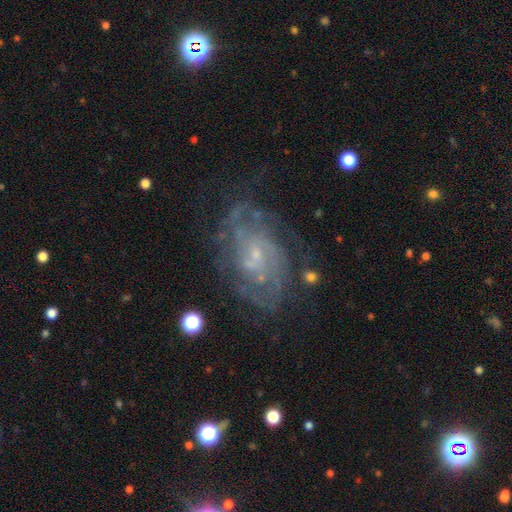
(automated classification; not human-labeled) A featured or disk galaxy (84%) with no bar (52%), tight (53%) spiral arms (92%) and a small central bulge (76%).

Vote fractions:
- Smooth or featured? featured or disk: 84% / smooth: 8% / star or artifact: 8%
- Edge-on disk? no: 97% / yes: 3%
- Bar? no: 52% / weak: 40% / strong: 8%
- Spiral arms? yes: 92% / no: 8%
- Spiral winding? tight: 53% / medium: 37% / loose: 10%
- Spiral arm count? can't tell: 36% / 2: 26% / 3: 15% / 4: 11% / more than 4: 6% / 1: 6%
- Bulge size? small: 76% / moderate: 14% / none: 8% / large: 1% / dominant: 1%
- Merging? none: 71% / minor disturbance: 17% / major disturbance: 9% / merger: 3%